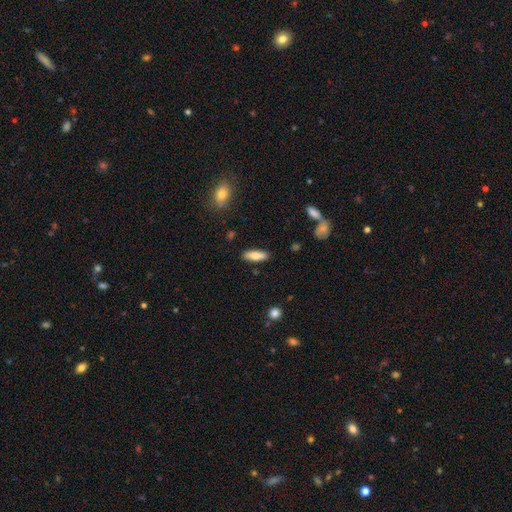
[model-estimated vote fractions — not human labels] smooth_or_featured: smooth (p=0.77) [alt: featured or disk p=0.17]
how_rounded: in between (p=0.58) [alt: cigar-shaped p=0.40]
merging: none (p=0.87) [alt: minor disturbance p=0.09]